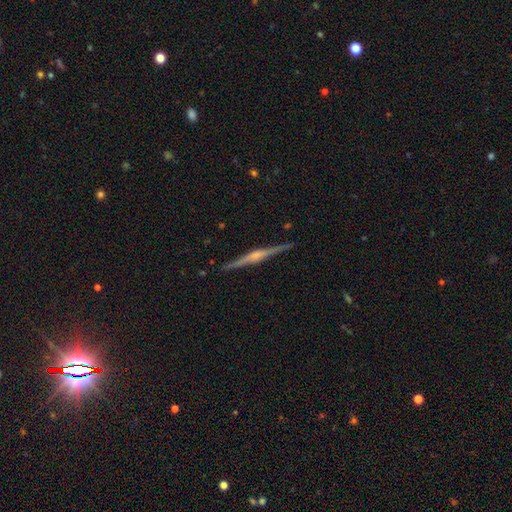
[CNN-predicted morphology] A featured or disk galaxy (84%) viewed edge-on (99%) with a rounded central bulge (75%).

Vote fractions:
- Smooth or featured? featured or disk: 84% / smooth: 11% / star or artifact: 5%
- Edge-on disk? yes: 99% / no: 1%
- Edge-on bulge? rounded: 75% / boxy: 15% / none: 10%
- Merging? none: 91% / minor disturbance: 6% / major disturbance: 1% / merger: 1%